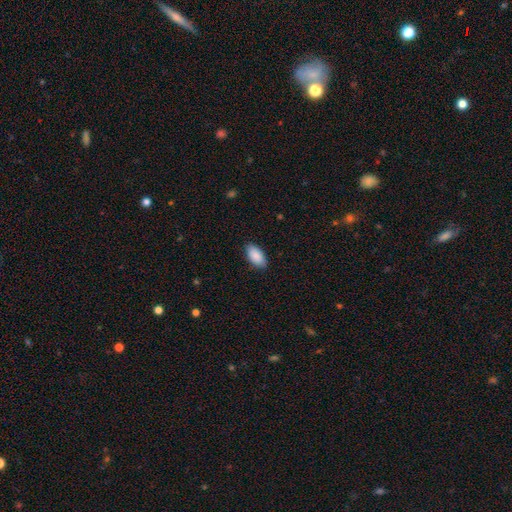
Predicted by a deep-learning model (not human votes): Overall: smooth (89%). How rounded: in between (95%). Merging: none (86%).